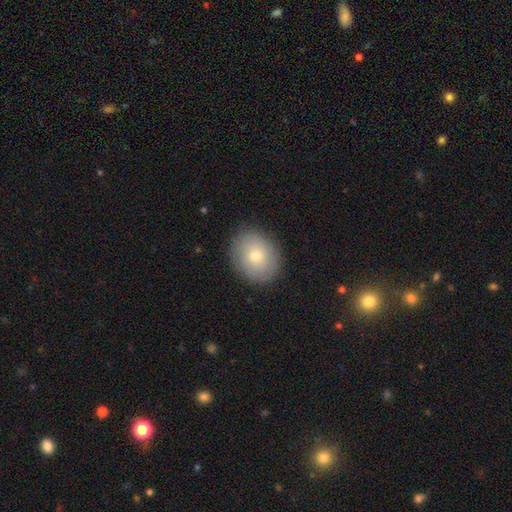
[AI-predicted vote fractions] This is likely a smooth galaxy (74%). How rounded: possibly round (56%). Merging: clearly none (88%).